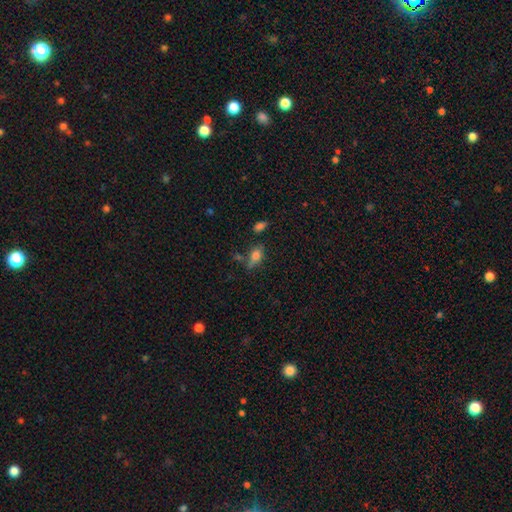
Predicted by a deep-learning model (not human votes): Q: Smooth or featured?
A: smooth (68%); runner-up: featured or disk (19%)
Q: How rounded?
A: in between (74%); runner-up: round (14%)
Q: Merging?
A: none (51%); runner-up: minor disturbance (25%)